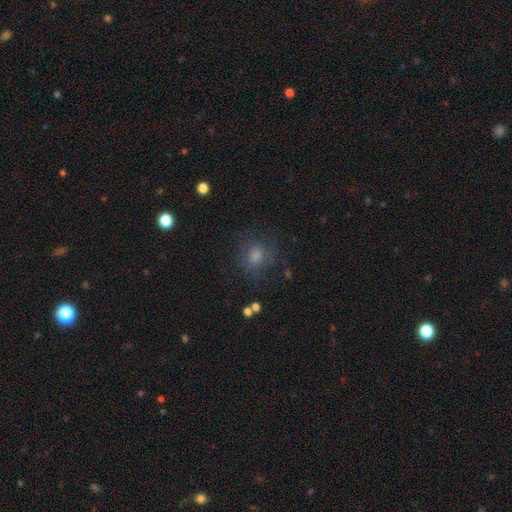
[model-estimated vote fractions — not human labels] smooth_or_featured: smooth (p=0.61) [alt: star or artifact p=0.23]
how_rounded: round (p=0.76) [alt: in between p=0.22]
merging: none (p=0.77) [alt: minor disturbance p=0.13]